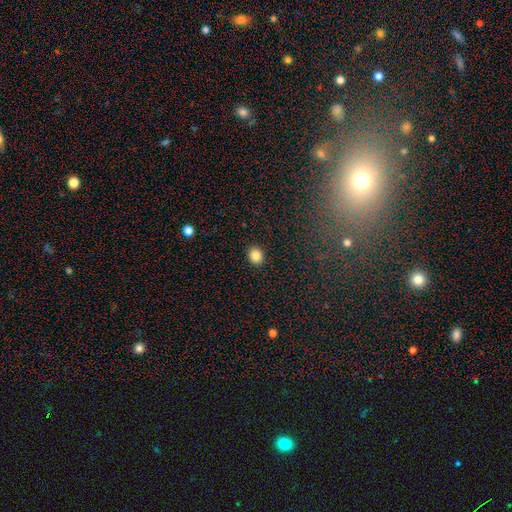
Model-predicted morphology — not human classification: Smooth or featured? smooth (85%)
How rounded? round (66%)
Merging? none (92%)